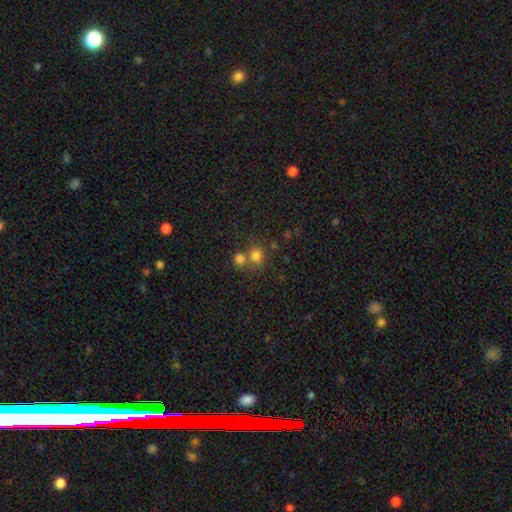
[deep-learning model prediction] Smooth or featured? Predicted: smooth (p=0.77). How rounded? Predicted: round (p=0.84). Merging? Predicted: none (p=0.53).